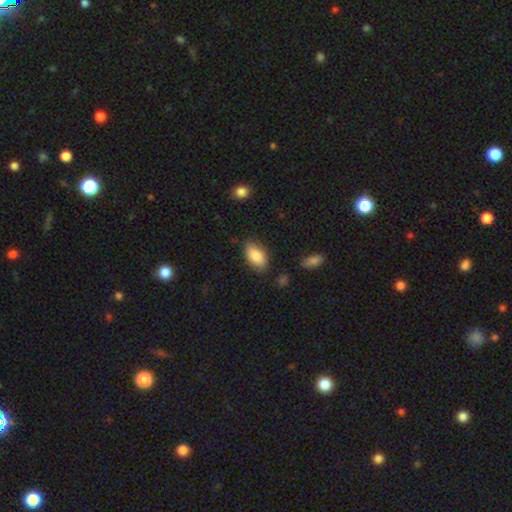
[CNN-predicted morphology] The model was most divided on "merging": none: 79%, minor disturbance: 16%, major disturbance: 3%, merger: 2%. More confident: how rounded — in between (92%); smooth or featured — smooth (84%).